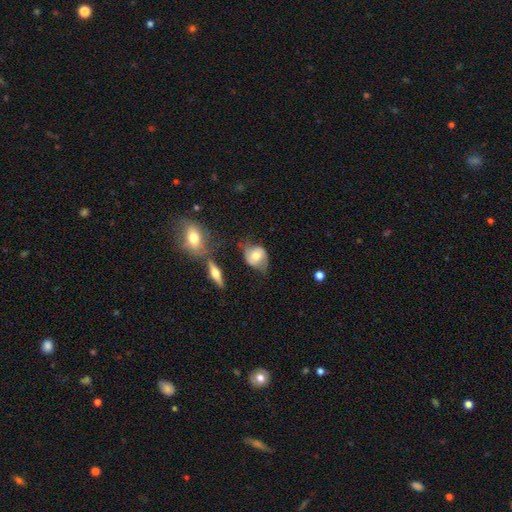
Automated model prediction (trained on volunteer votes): Smooth or featured?
  - smooth: 49% *
  - featured or disk: 43%
  - star or artifact: 7%
Merging?
  - none: 43% *
  - minor disturbance: 34%
  - major disturbance: 17%
  - merger: 6%